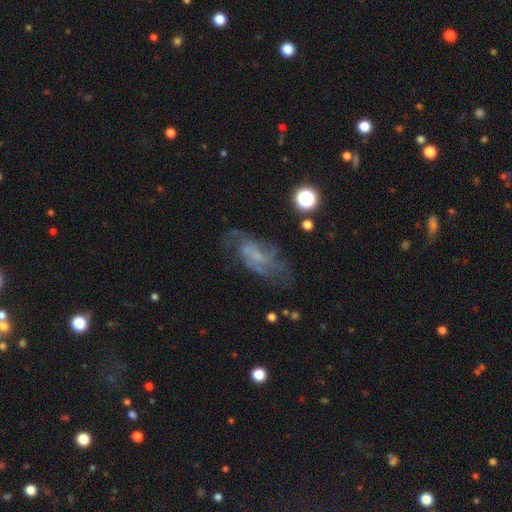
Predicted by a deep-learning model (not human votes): Smooth or featured?
  - featured or disk: 67% *
  - smooth: 21%
  - star or artifact: 12%
Edge-on disk?
  - no: 93% *
  - yes: 7%
Bar?
  - no: 53% *
  - weak: 39%
  - strong: 8%
Spiral arms?
  - yes: 80% *
  - no: 20%
Bulge size?
  - small: 42% *
  - none: 39%
  - moderate: 16%
  - large: 2%
  - dominant: 1%
Merging?
  - none: 57% *
  - minor disturbance: 21%
  - major disturbance: 19%
  - merger: 3%